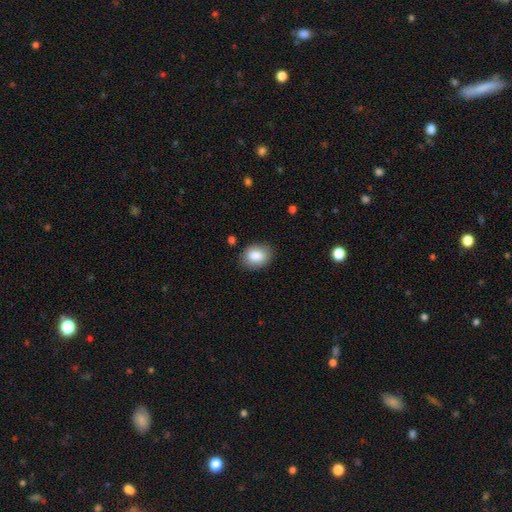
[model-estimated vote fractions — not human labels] Overall: smooth (85%). How rounded: in between (64%; round 35%). Merging: none (84%).